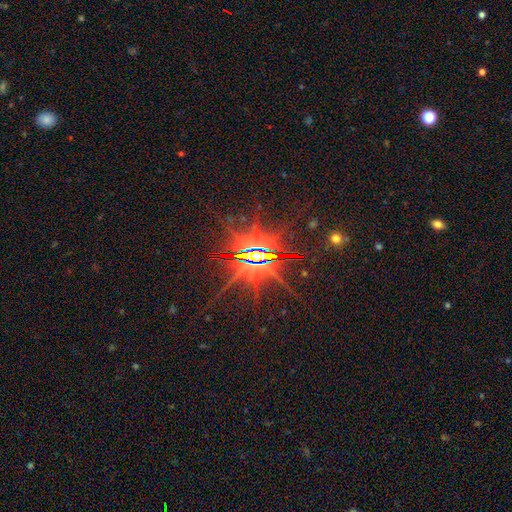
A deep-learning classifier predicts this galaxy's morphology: smooth_or_featured: star or artifact (p=0.81) [alt: featured or disk p=0.14]